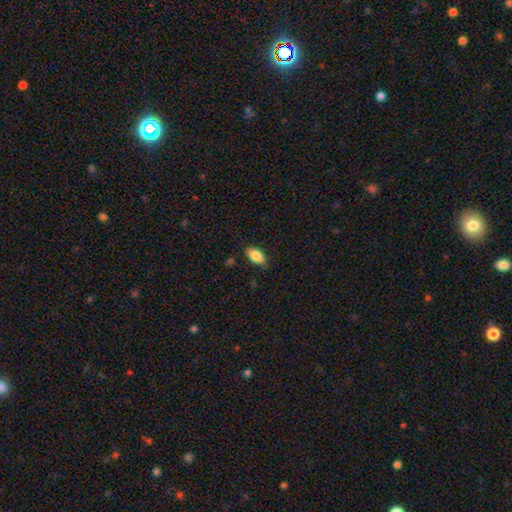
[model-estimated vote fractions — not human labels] A smooth galaxy with no disk features (85%) that is in between round and cigar-shaped (92%). Merging: none (82%).